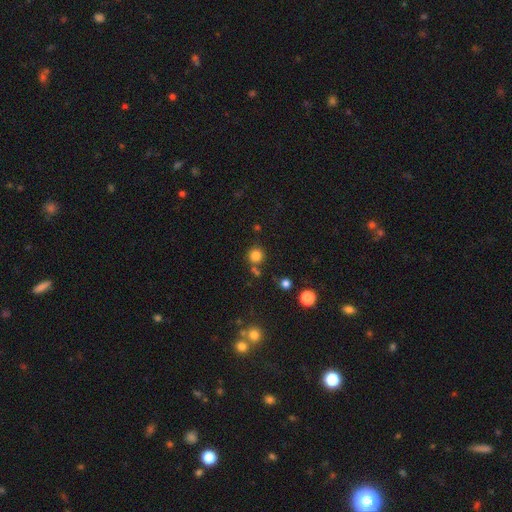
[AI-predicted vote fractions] Smooth or featured?
  - smooth: 80% *
  - star or artifact: 15%
  - featured or disk: 5%
How rounded?
  - round: 92% *
  - in between: 7%
  - cigar-shaped: 1%
Merging?
  - none: 75% *
  - merger: 12%
  - minor disturbance: 9%
  - major disturbance: 4%